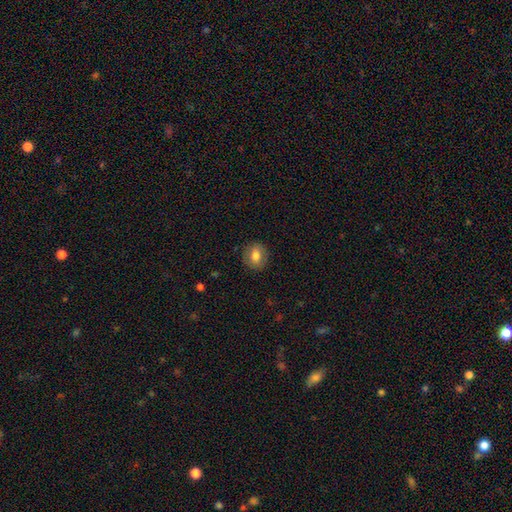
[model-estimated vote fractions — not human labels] Smooth or featured?
  - smooth: 75% *
  - featured or disk: 17%
  - star or artifact: 9%
How rounded?
  - round: 67% *
  - in between: 32%
  - cigar-shaped: 1%
Merging?
  - none: 87% *
  - minor disturbance: 9%
  - major disturbance: 3%
  - merger: 1%